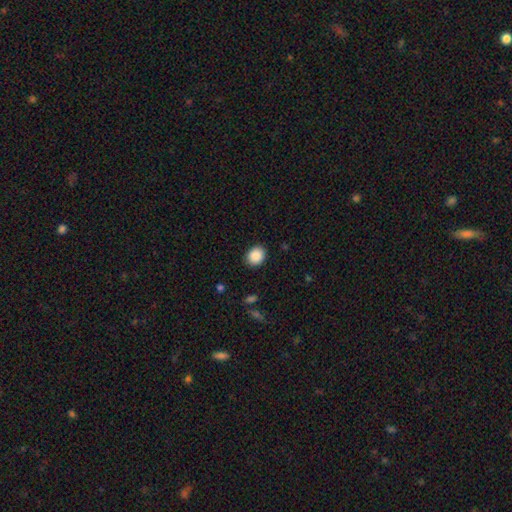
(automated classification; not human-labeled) Smooth or featured? smooth (89%)
How rounded? round (63%)
Merging? none (88%)